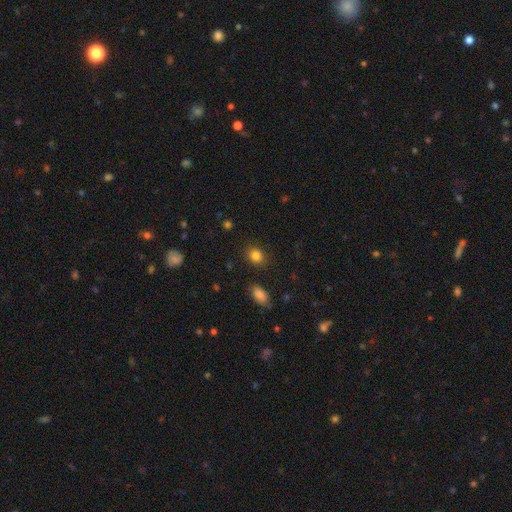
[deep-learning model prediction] A smooth galaxy with no disk features (84%) that is round (58%).

Vote fractions:
- Smooth or featured? smooth: 84% / star or artifact: 11% / featured or disk: 5%
- How rounded? round: 58% / in between: 41% / cigar-shaped: 1%
- Merging? none: 86% / minor disturbance: 9% / major disturbance: 3% / merger: 2%